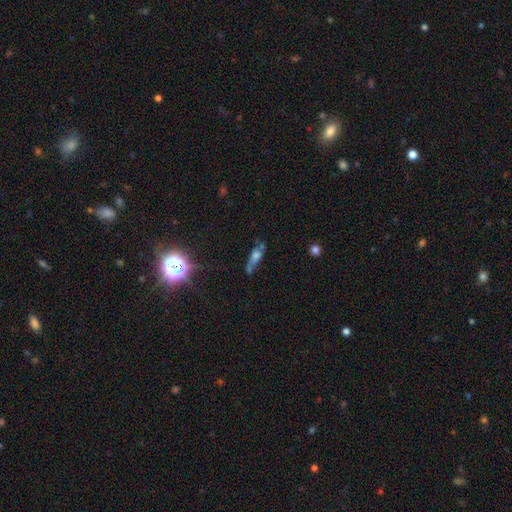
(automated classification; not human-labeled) Smooth or featured?
  - smooth: 41% *
  - featured or disk: 38%
  - star or artifact: 21%
Merging?
  - none: 40% *
  - minor disturbance: 23%
  - major disturbance: 19%
  - merger: 18%